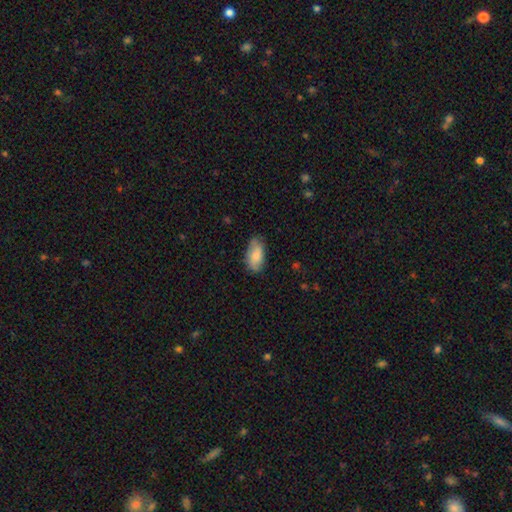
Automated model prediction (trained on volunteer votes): A smooth galaxy with no disk features (80%) that is in between round and cigar-shaped (92%).

Vote fractions:
- Smooth or featured? smooth: 80% / featured or disk: 14% / star or artifact: 6%
- How rounded? in between: 92% / cigar-shaped: 5% / round: 3%
- Merging? none: 70% / minor disturbance: 24% / major disturbance: 4% / merger: 1%